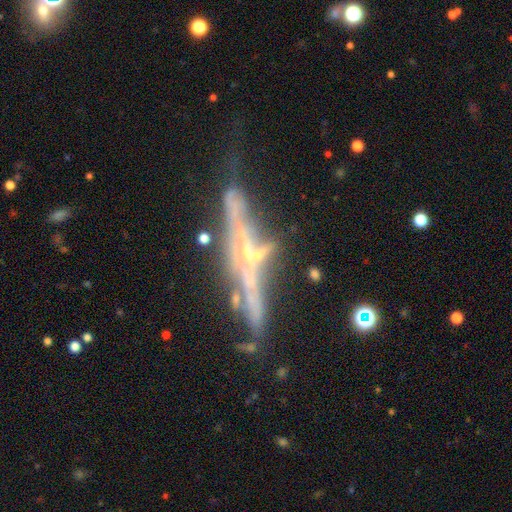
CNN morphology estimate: smooth_or_featured: featured or disk (p=0.54) [alt: star or artifact p=0.24]
disk_edge_on: yes (p=0.74) [alt: no p=0.26]
merging: none (p=0.58) [alt: minor disturbance p=0.18]